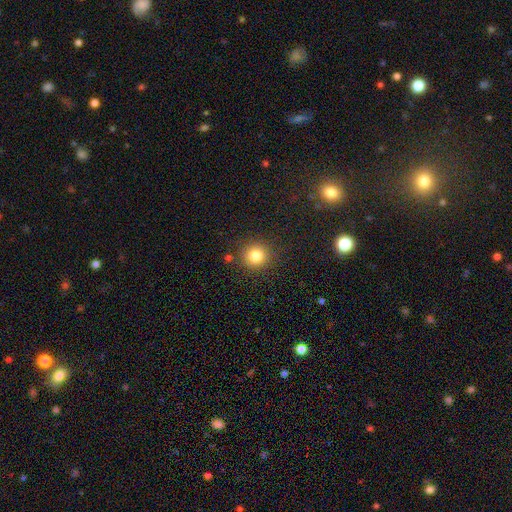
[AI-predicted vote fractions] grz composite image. It shows a smooth galaxy with no disk features (81%) that is round (92%). Merging: none (87%).